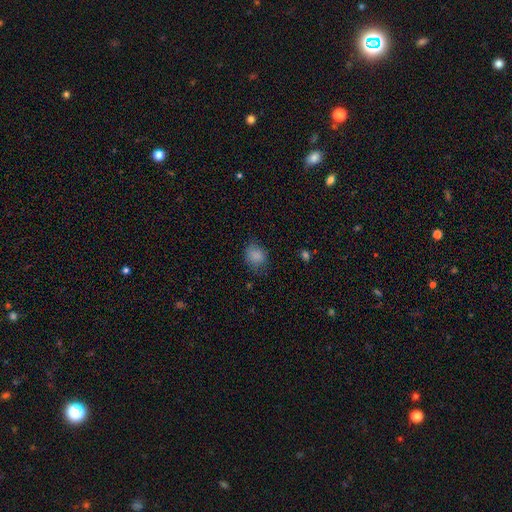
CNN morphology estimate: This is clearly a smooth galaxy (85%). How rounded: likely round (61%). Merging: likely none (71%).